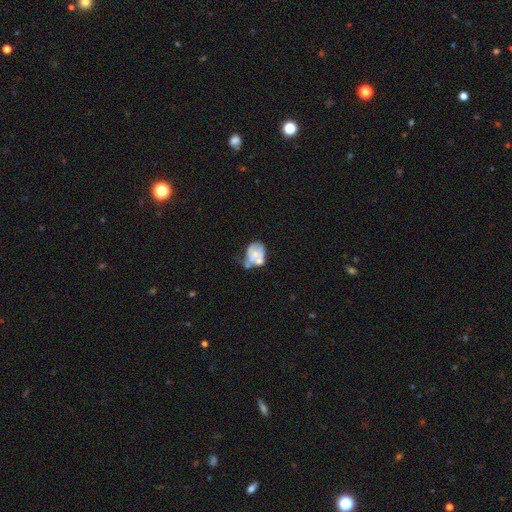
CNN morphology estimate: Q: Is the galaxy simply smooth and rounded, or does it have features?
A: featured or disk — 50%.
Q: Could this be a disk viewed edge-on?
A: no — 98%.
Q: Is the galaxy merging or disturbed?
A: merger — 30%.